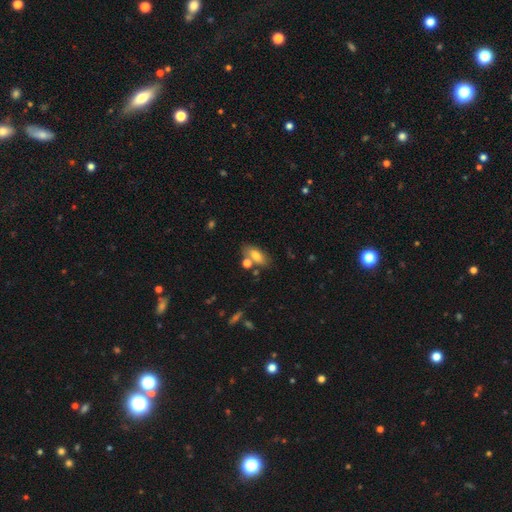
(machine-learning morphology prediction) smooth 72%, featured or disk 20%, star or artifact 9%. Down the decision tree: how rounded — in between (83%); merging — none (64%).